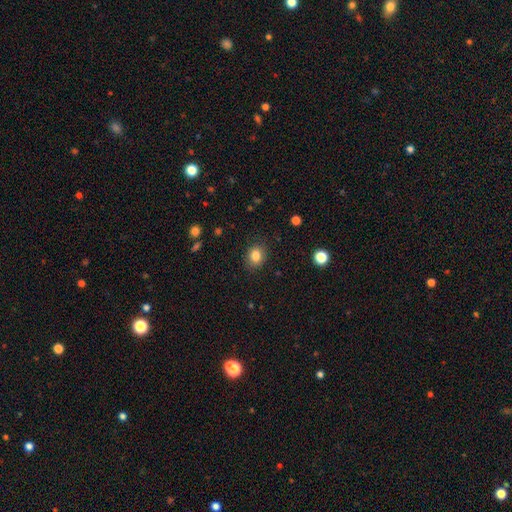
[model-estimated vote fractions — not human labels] This is clearly a smooth galaxy (83%). How rounded: possibly round (59%). Merging: clearly none (86%).